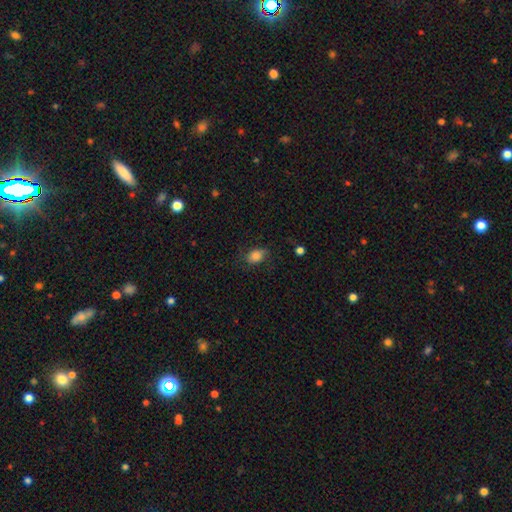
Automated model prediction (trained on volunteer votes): A smooth galaxy with no disk features (77%) that is in between round and cigar-shaped (72%). Merging: none (61%).